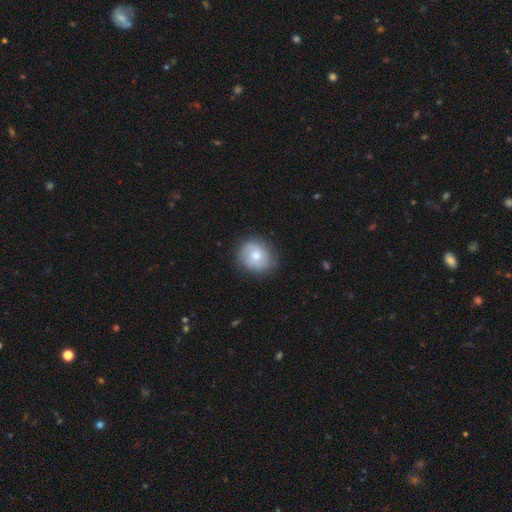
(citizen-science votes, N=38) Overall: smooth (53%; featured or disk 42%). How rounded: round (90%). Merging: none (83%).